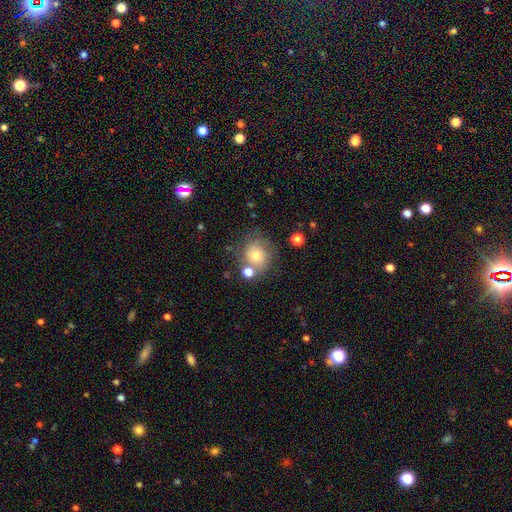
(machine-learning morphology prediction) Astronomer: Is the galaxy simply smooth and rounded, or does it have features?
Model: smooth — 61%.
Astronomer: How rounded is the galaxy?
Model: round — 80%.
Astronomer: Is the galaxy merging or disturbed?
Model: none — 61%.